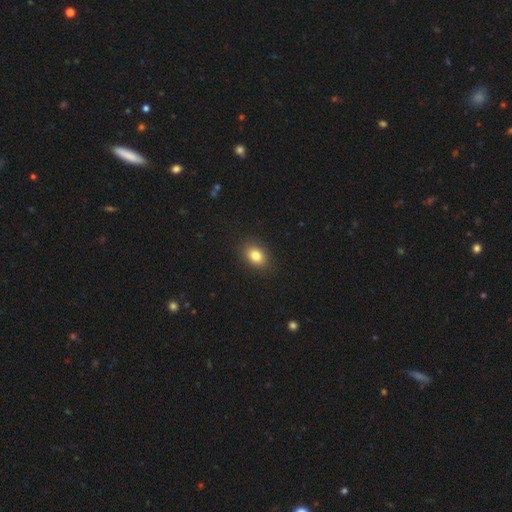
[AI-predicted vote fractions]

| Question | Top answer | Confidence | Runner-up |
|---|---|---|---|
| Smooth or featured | smooth | 82% | star or artifact (10%) |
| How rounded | in between | 74% | round (25%) |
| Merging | none | 89% | minor disturbance (8%) |